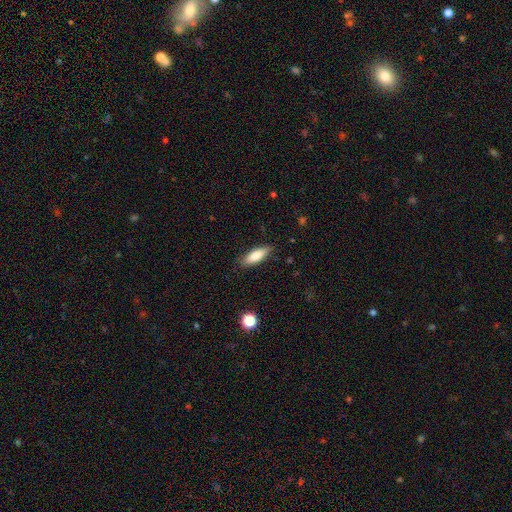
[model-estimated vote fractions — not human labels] smooth-or-featured: smooth: 79% | featured or disk: 14% | star or artifact: 6%
  how-rounded: in between: 56% | cigar-shaped: 42% | round: 2%
  merging: none: 84% | minor disturbance: 12% | major disturbance: 2% | merger: 1%